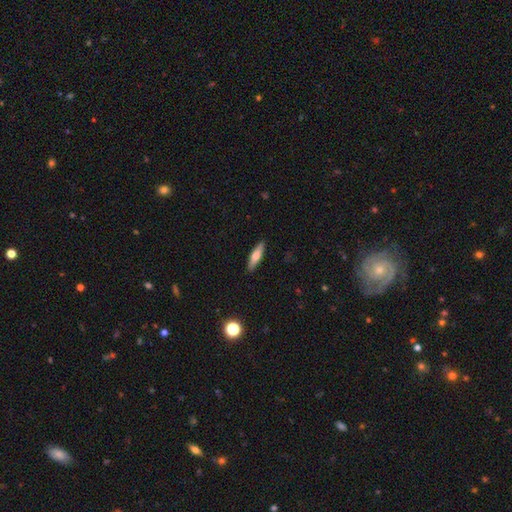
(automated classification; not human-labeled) Morphology: type=smooth (65%); roundness=cigar-shaped (65%); merging=none (90%).